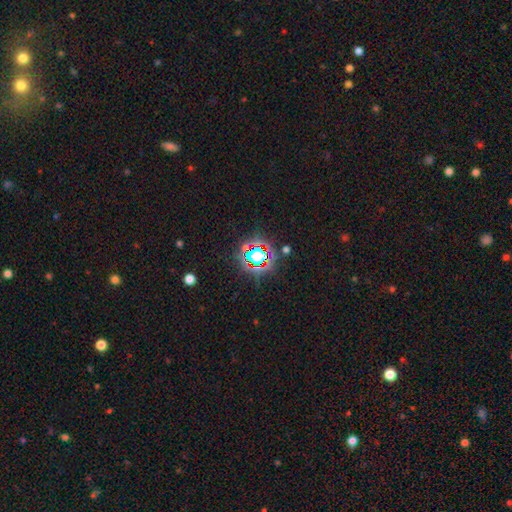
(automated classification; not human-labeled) A star or artifact, not a galaxy (69%).